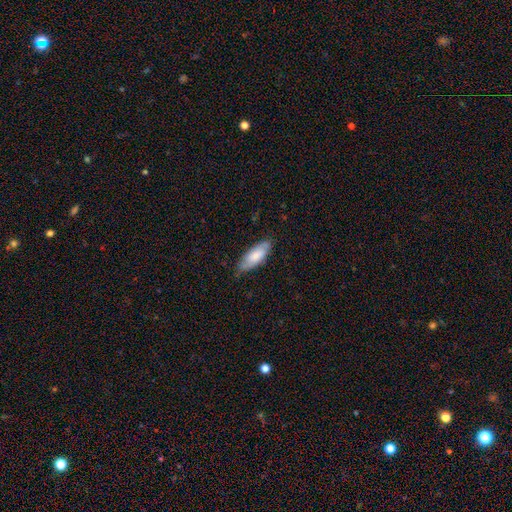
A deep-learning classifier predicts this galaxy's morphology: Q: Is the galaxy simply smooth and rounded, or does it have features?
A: smooth — 73%.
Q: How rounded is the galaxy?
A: in between — 71%.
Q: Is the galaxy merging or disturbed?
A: none — 74%.